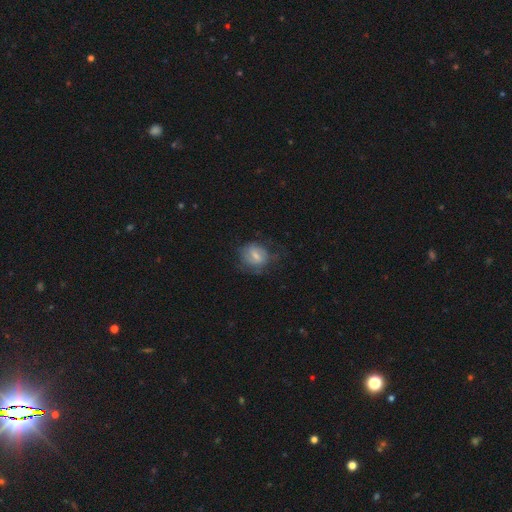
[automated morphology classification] This is possibly a smooth galaxy (48%). Merging: possibly none (54%).